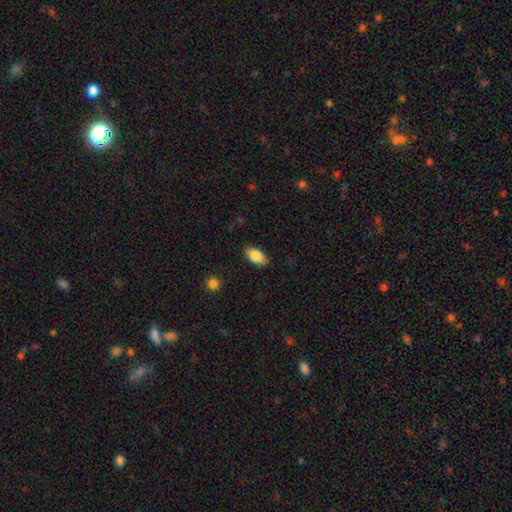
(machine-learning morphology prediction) type=smooth (86%); roundness=in between (93%); merging=none (85%).